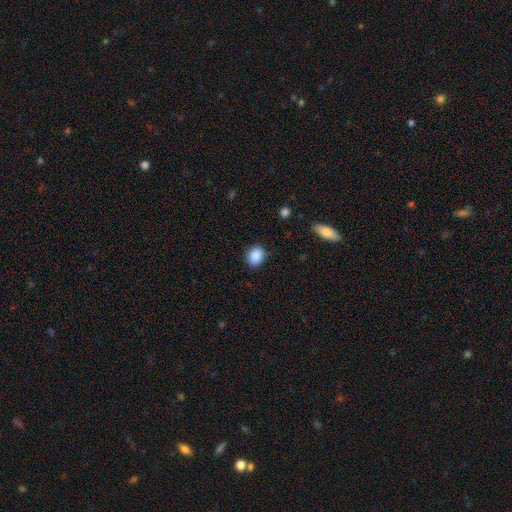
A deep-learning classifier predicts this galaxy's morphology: Smooth or featured: smooth — 88% (star or artifact — 8%)
How rounded: round — 60% (in between — 39%)
Merging: none — 83% (minor disturbance — 12%)